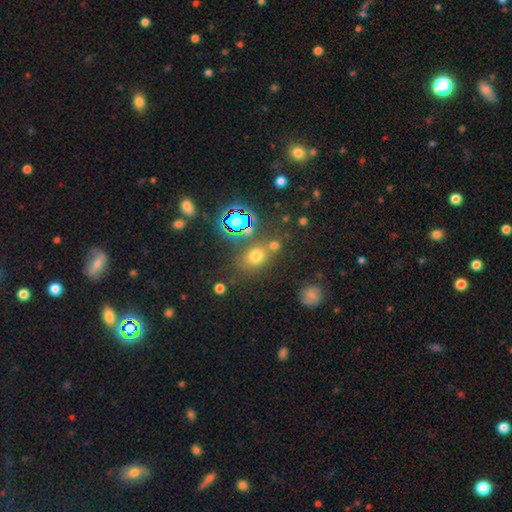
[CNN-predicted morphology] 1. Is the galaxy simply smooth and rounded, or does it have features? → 62% smooth, 28% star or artifact, 10% featured or disk.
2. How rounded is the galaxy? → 50% round, 48% in between, 2% cigar-shaped.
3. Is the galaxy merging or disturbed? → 65% none, 17% merger, 12% minor disturbance, 6% major disturbance.